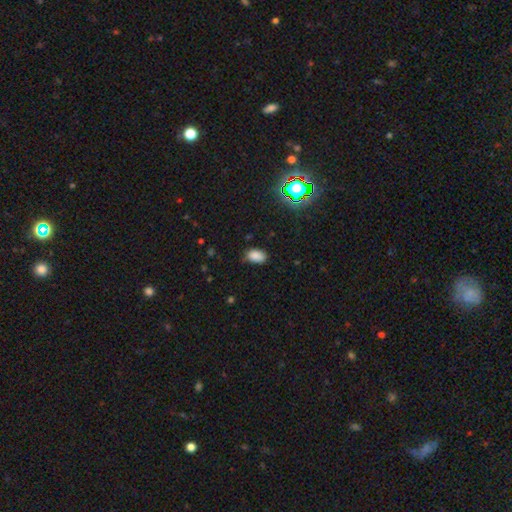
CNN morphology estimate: A smooth galaxy with no disk features (83%) that is in between round and cigar-shaped (90%). Merging: none (72%).